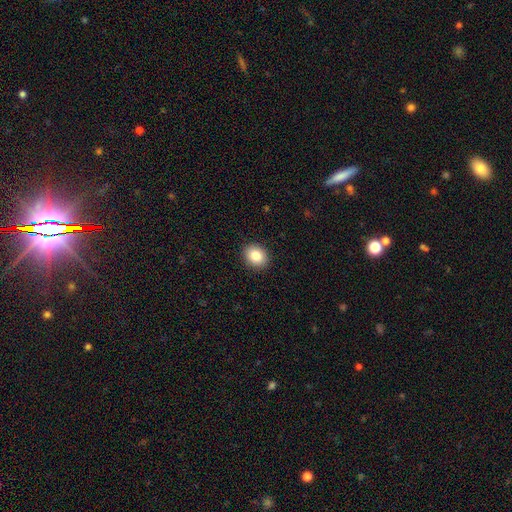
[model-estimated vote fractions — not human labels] A smooth galaxy with no disk features (84%) that is round (53%).

Vote fractions:
- Smooth or featured? smooth: 84% / star or artifact: 9% / featured or disk: 7%
- How rounded? round: 53% / in between: 46% / cigar-shaped: 1%
- Merging? none: 91% / minor disturbance: 6% / major disturbance: 2% / merger: 1%